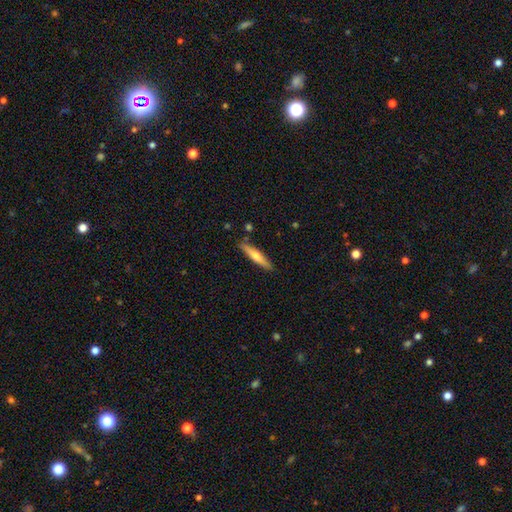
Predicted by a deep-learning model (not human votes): smooth 48%, featured or disk 46%, star or artifact 6%. Down the decision tree: merging — none (88%).